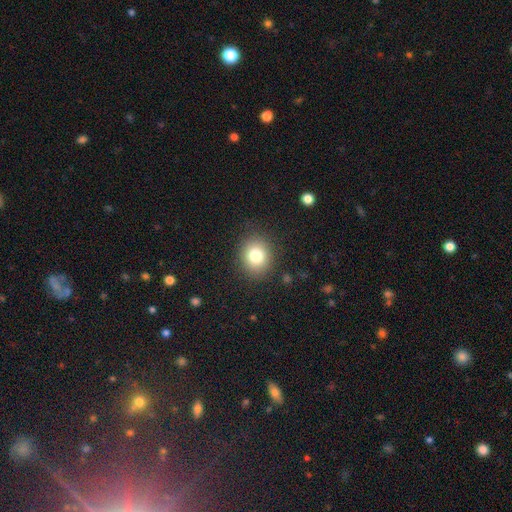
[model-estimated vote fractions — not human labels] Smooth or featured?
  - smooth: 79% *
  - star or artifact: 11%
  - featured or disk: 9%
How rounded?
  - round: 73% *
  - in between: 27%
  - cigar-shaped: 1%
Merging?
  - none: 87% *
  - minor disturbance: 9%
  - major disturbance: 3%
  - merger: 1%